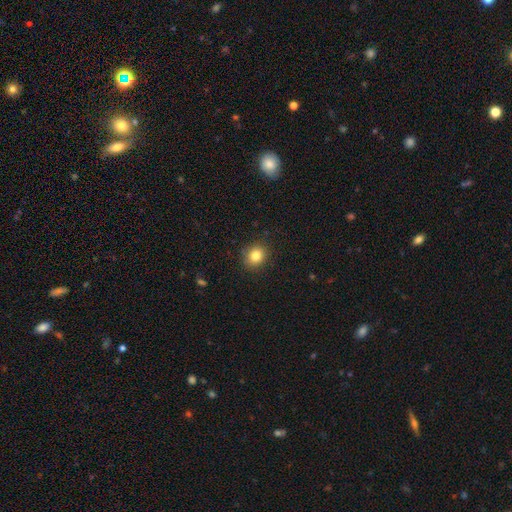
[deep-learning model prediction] Morphology: type=smooth (83%); roundness=round (71%); merging=none (87%).